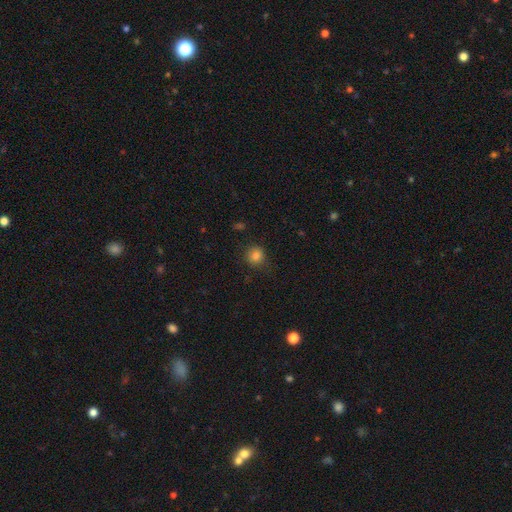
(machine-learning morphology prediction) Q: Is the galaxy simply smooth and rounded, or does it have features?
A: smooth — 82%.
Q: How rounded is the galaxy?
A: round — 87%.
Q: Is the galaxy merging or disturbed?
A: none — 81%.